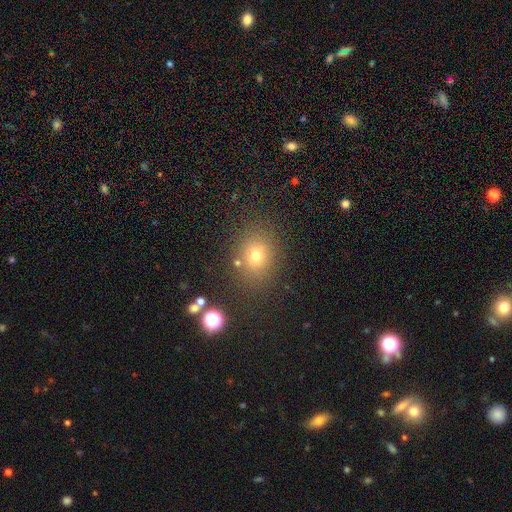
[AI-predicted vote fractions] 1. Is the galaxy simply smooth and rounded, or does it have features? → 69% smooth, 21% star or artifact, 10% featured or disk.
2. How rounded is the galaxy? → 59% round, 40% in between, 1% cigar-shaped.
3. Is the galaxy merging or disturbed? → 82% none, 10% minor disturbance, 5% merger, 4% major disturbance.